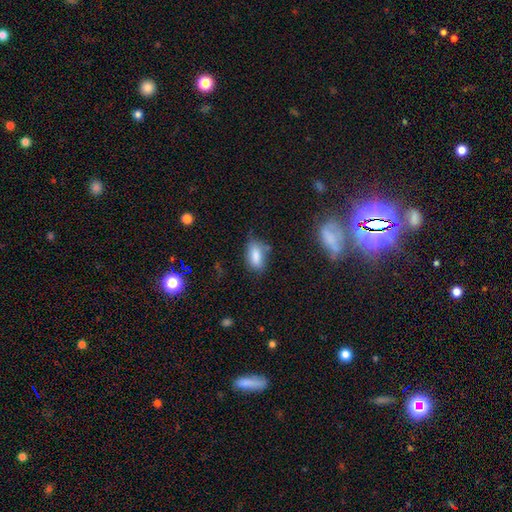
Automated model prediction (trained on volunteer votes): Smooth or featured: smooth — 82% (featured or disk — 9%)
How rounded: in between — 90% (cigar-shaped — 5%)
Merging: none — 60% (minor disturbance — 27%)